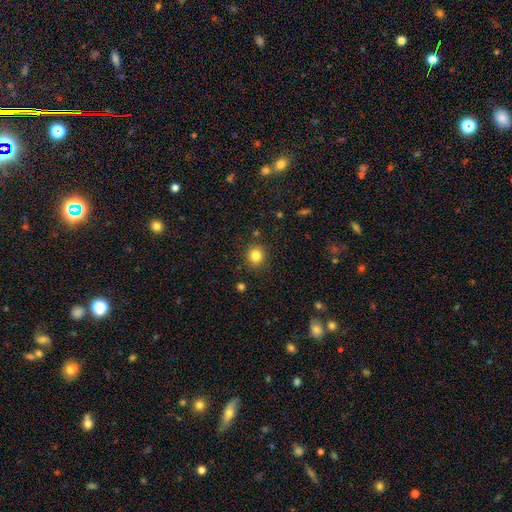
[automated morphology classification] A smooth galaxy with no disk features (83%) that is round (89%). Merging: none (88%).